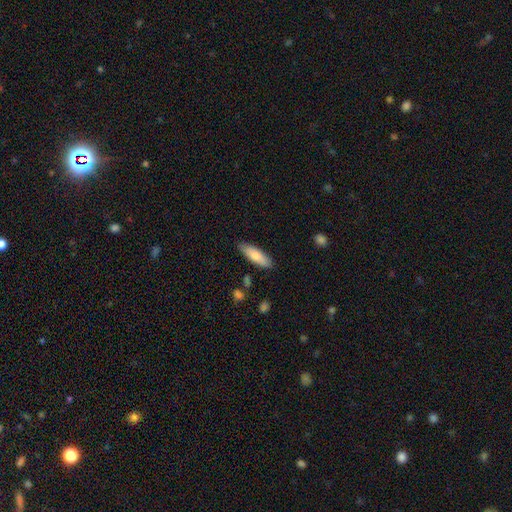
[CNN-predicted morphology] This appears to be a smooth galaxy with no disk features (74%) that is in between round and cigar-shaped (51%). Merging: none (86%).